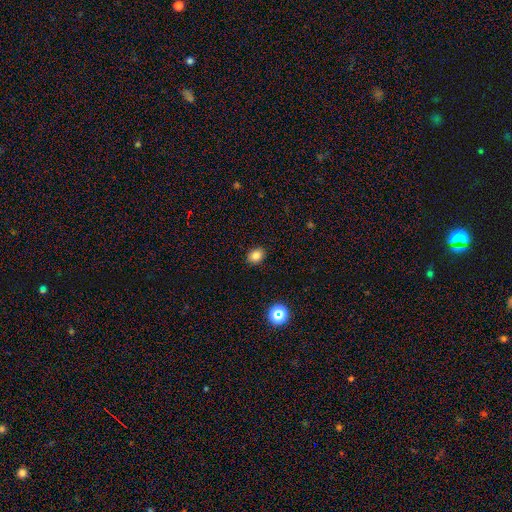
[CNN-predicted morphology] Overall: smooth (82%). How rounded: in between (55%; round 44%). Merging: none (88%).